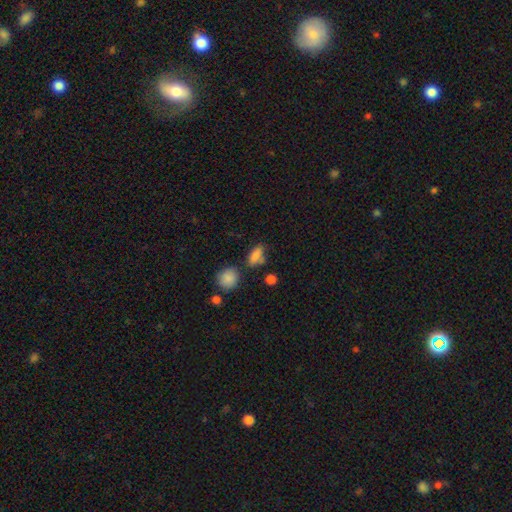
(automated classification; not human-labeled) Smooth or featured? smooth (81%)
How rounded? in between (78%)
Merging? none (61%)